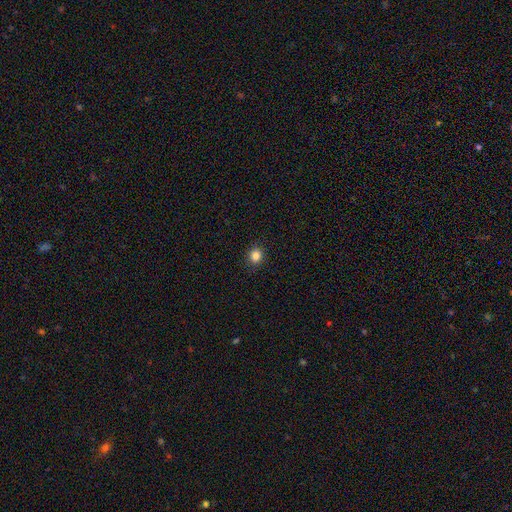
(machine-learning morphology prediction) This appears to be a smooth galaxy with no disk features (84%) that is round (81%). Merging: none (90%).